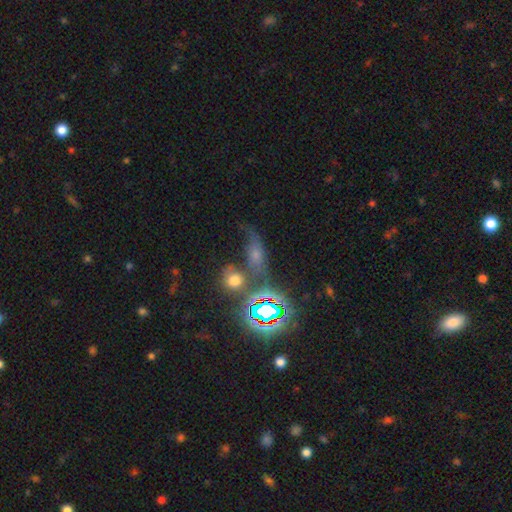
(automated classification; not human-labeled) smooth 45%, star or artifact 33%, featured or disk 22%. Down the decision tree: merging — none (42%).